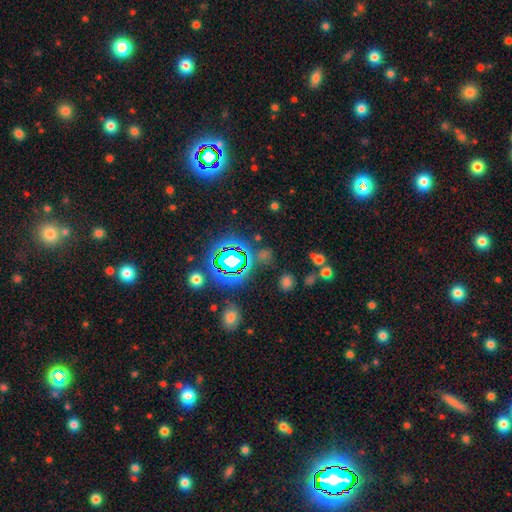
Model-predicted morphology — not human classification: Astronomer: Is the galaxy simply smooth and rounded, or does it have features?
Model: star or artifact — 73%.